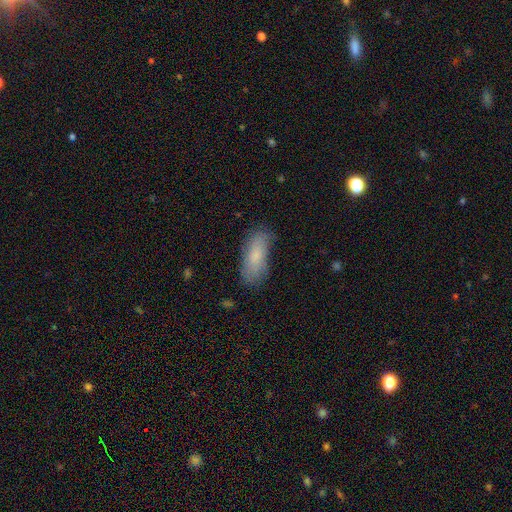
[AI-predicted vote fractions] Smooth or featured: smooth — 80% (featured or disk — 13%)
How rounded: in between — 75% (cigar-shaped — 23%)
Merging: none — 73% (minor disturbance — 20%)